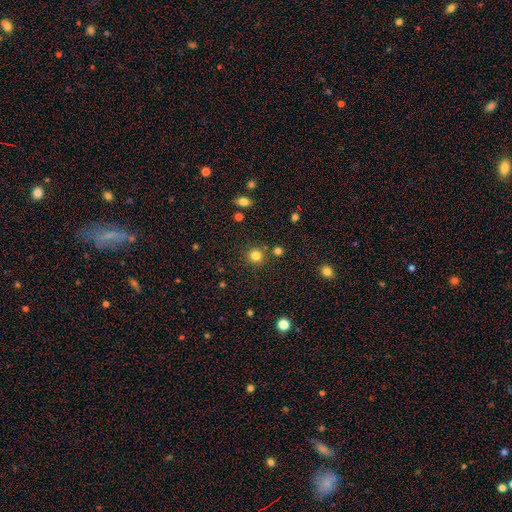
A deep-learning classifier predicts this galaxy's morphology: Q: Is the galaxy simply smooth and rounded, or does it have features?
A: smooth — 81%.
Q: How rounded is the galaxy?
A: round — 93%.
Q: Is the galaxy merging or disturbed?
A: none — 84%.